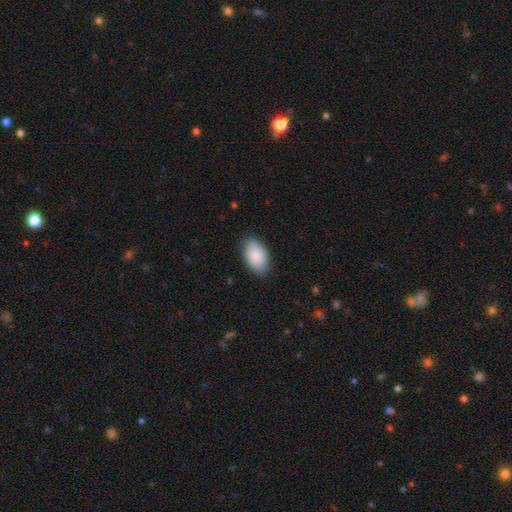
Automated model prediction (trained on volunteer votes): The model was most divided on "merging": none: 85%, minor disturbance: 12%, major disturbance: 2%, merger: 1%. More confident: how rounded — in between (94%); smooth or featured — smooth (89%).